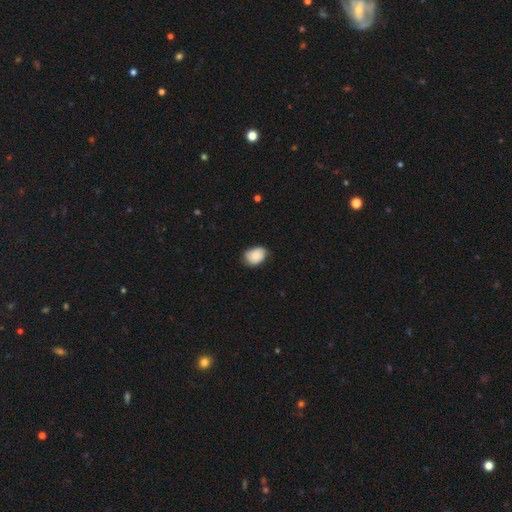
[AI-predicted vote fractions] smooth_or_featured: smooth (p=0.79) [alt: featured or disk p=0.14]
how_rounded: in between (p=0.68) [alt: round p=0.31]
merging: none (p=0.66) [alt: minor disturbance p=0.29]